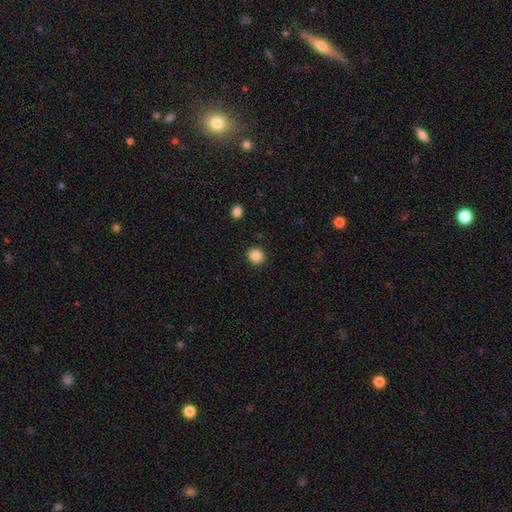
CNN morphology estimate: smooth 87%, star or artifact 10%, featured or disk 3%. Down the decision tree: how rounded — round (84%); merging — none (91%).